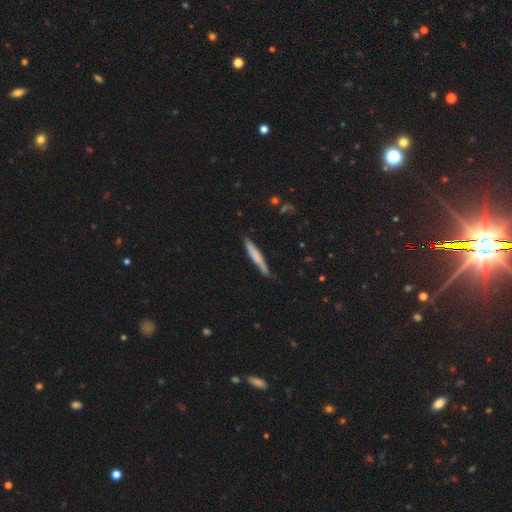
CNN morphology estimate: smooth-or-featured: smooth: 63% | featured or disk: 32% | star or artifact: 6%
  how-rounded: cigar-shaped: 94% | in between: 5% | round: 1%
  merging: none: 78% | minor disturbance: 18% | major disturbance: 3% | merger: 2%